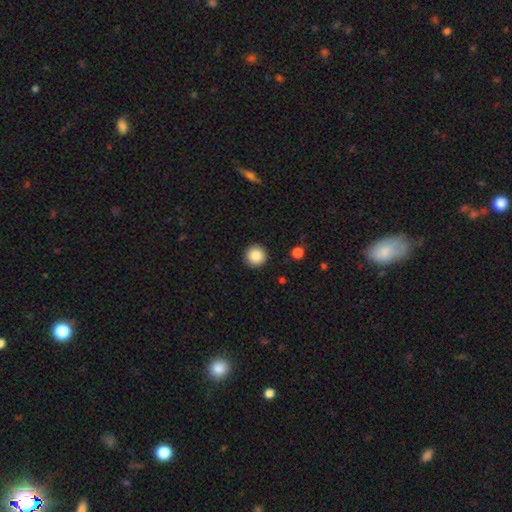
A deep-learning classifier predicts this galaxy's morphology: Q: Smooth or featured?
A: smooth (87%); runner-up: star or artifact (9%)
Q: How rounded?
A: round (96%); runner-up: in between (3%)
Q: Merging?
A: none (92%); runner-up: minor disturbance (5%)